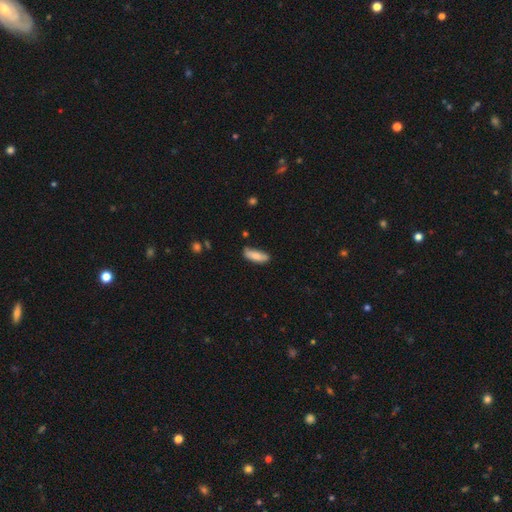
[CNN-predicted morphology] smooth 80%, featured or disk 13%, star or artifact 6%. Down the decision tree: how rounded — in between (65%); merging — none (67%).